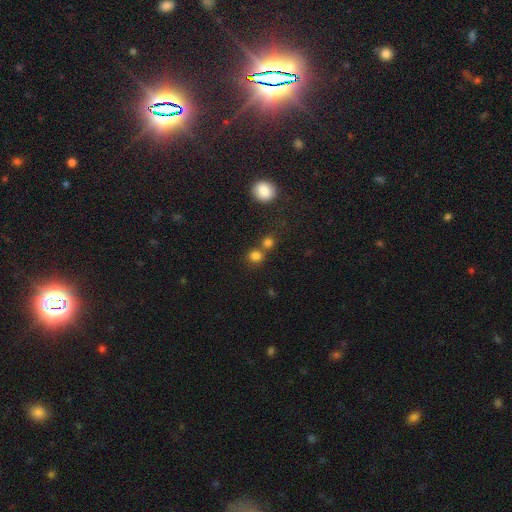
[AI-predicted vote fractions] A smooth galaxy with no disk features (79%) that is round (87%). Merging: none (59%).